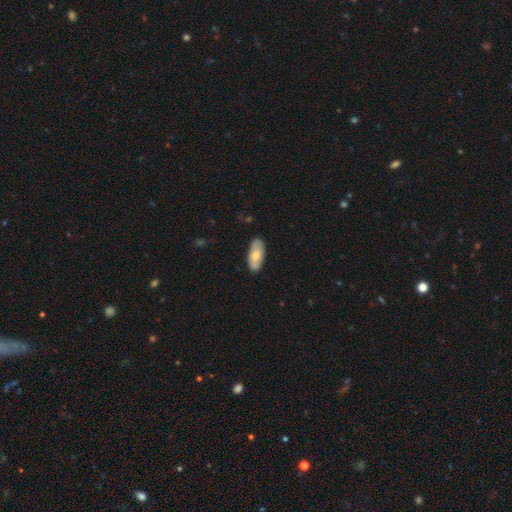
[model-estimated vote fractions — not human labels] Smooth or featured?
  - smooth: 68% *
  - featured or disk: 26%
  - star or artifact: 6%
How rounded?
  - in between: 88% *
  - cigar-shaped: 10%
  - round: 2%
Merging?
  - none: 84% *
  - minor disturbance: 12%
  - major disturbance: 2%
  - merger: 1%